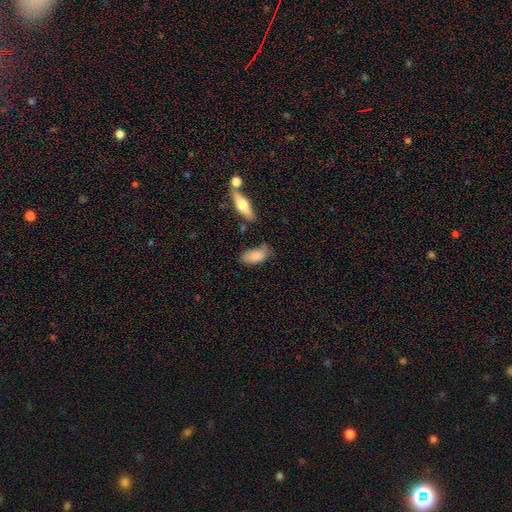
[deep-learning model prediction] Smooth or featured: smooth — 82% (featured or disk — 12%)
How rounded: in between — 89% (cigar-shaped — 9%)
Merging: none — 60% (minor disturbance — 27%)